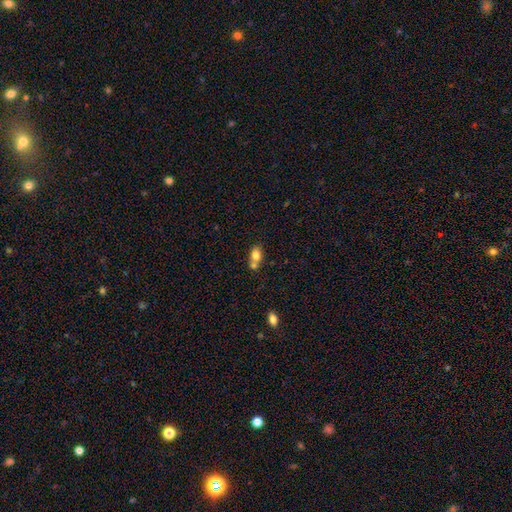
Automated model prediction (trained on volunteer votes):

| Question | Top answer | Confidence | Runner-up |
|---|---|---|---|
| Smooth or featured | smooth | 77% | featured or disk (14%) |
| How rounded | in between | 69% | round (29%) |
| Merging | merger | 52% | none (34%) |